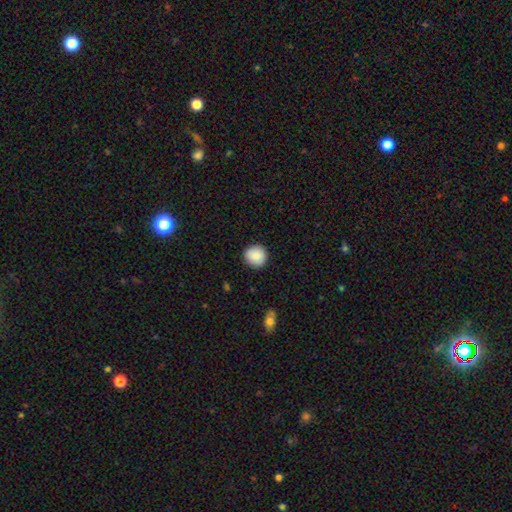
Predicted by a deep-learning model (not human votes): Overall: smooth (87%). How rounded: round (93%). Merging: none (90%).